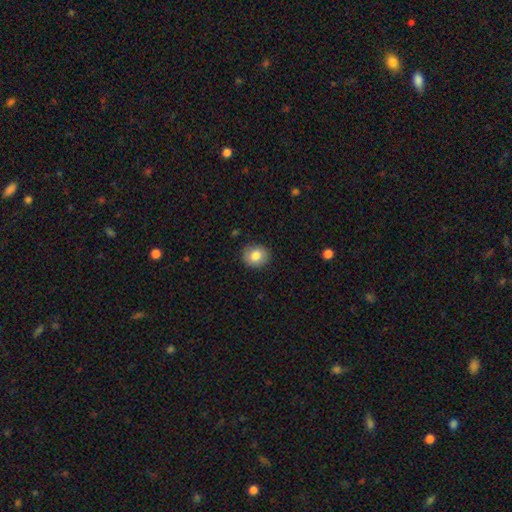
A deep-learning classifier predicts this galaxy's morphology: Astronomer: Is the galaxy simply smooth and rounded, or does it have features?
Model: smooth — 81%.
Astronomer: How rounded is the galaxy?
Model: round — 79%.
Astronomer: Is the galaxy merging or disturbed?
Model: none — 87%.